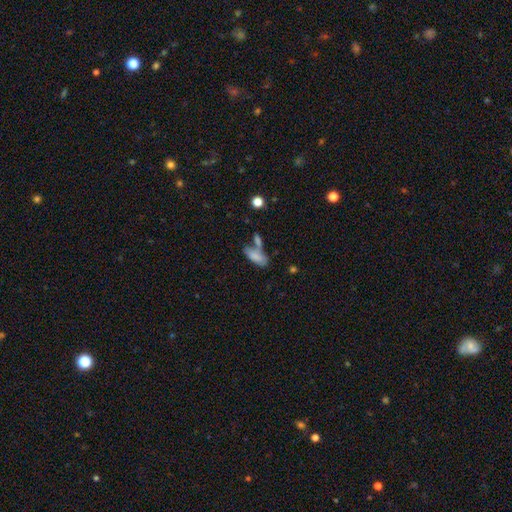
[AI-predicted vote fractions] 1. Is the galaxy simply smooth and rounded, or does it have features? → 78% smooth, 14% featured or disk, 8% star or artifact.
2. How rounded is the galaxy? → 79% in between, 18% cigar-shaped, 3% round.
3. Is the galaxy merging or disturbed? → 39% merger, 38% none, 15% minor disturbance, 8% major disturbance.